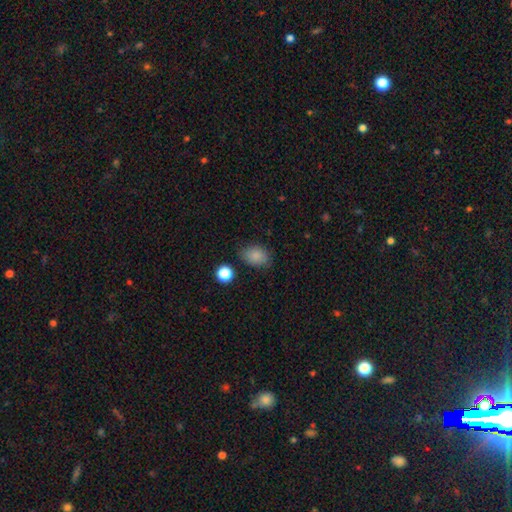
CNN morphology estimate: This is clearly a smooth galaxy (85%). How rounded: likely in between (77%). Merging: likely none (78%).